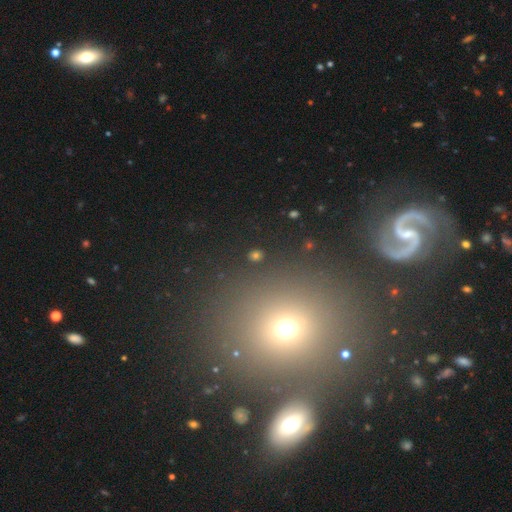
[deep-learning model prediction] Smooth or featured? smooth (55%)
How rounded? round (68%)
Merging? none (87%)